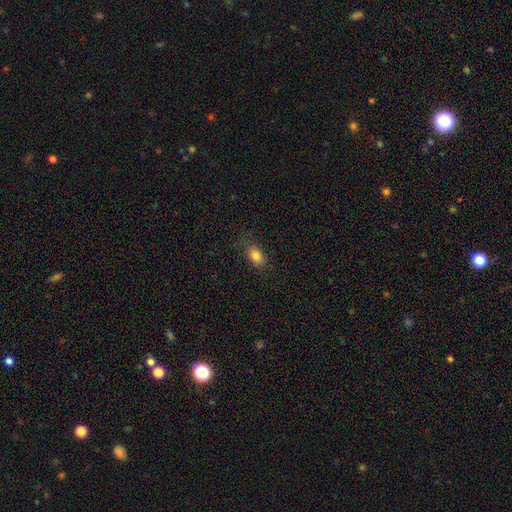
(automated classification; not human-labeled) smooth-or-featured: smooth: 83% | star or artifact: 10% | featured or disk: 7%
  how-rounded: in between: 83% | round: 15% | cigar-shaped: 2%
  merging: none: 75% | minor disturbance: 18% | major disturbance: 6% | merger: 1%